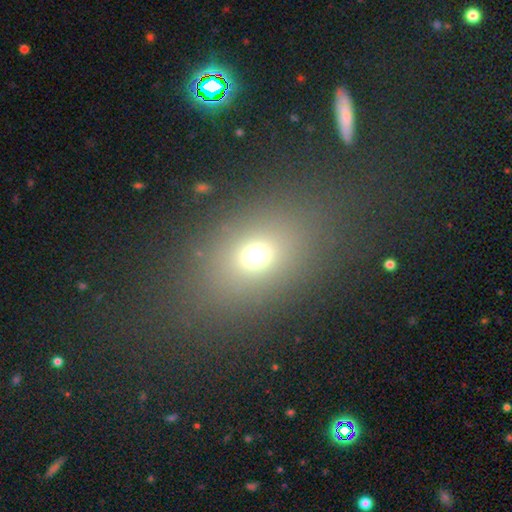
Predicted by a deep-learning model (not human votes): smooth-or-featured: smooth: 68% | star or artifact: 20% | featured or disk: 12%
  how-rounded: in between: 65% | round: 33% | cigar-shaped: 2%
  merging: none: 77% | minor disturbance: 11% | major disturbance: 8% | merger: 3%